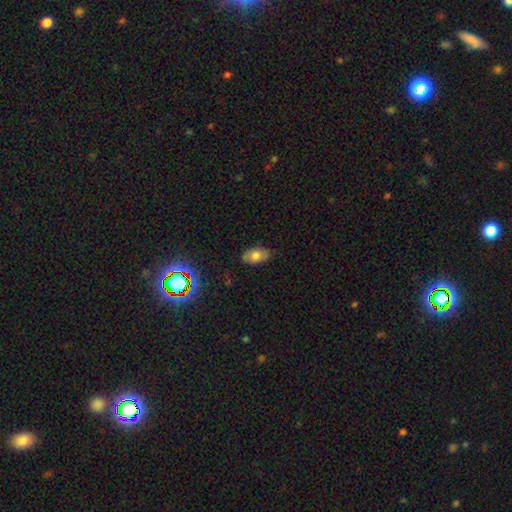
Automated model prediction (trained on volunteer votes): This appears to be a smooth galaxy with no disk features (75%) that is in between round and cigar-shaped (91%). Merging: none (82%).